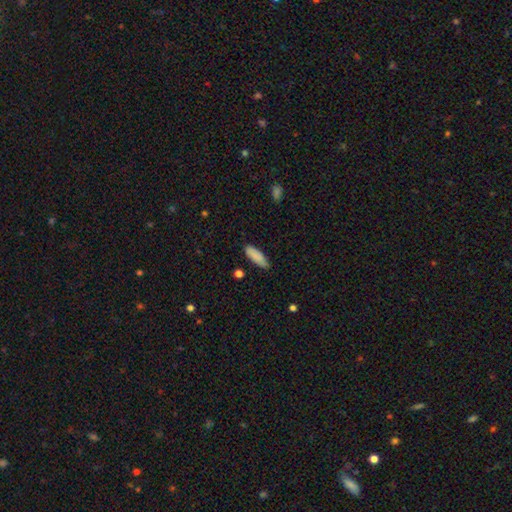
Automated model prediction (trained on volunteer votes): smooth 88%, star or artifact 6%, featured or disk 6%. Down the decision tree: how rounded — in between (58%); merging — none (83%).